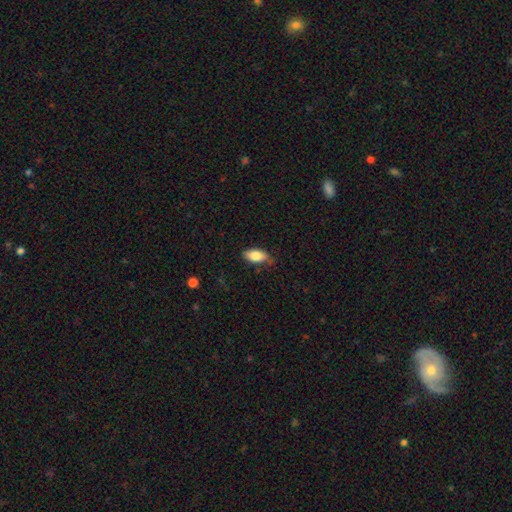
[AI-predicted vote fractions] smooth_or_featured: smooth (p=0.83) [alt: featured or disk p=0.10]
how_rounded: in between (p=0.90) [alt: cigar-shaped p=0.07]
merging: none (p=0.73) [alt: minor disturbance p=0.22]